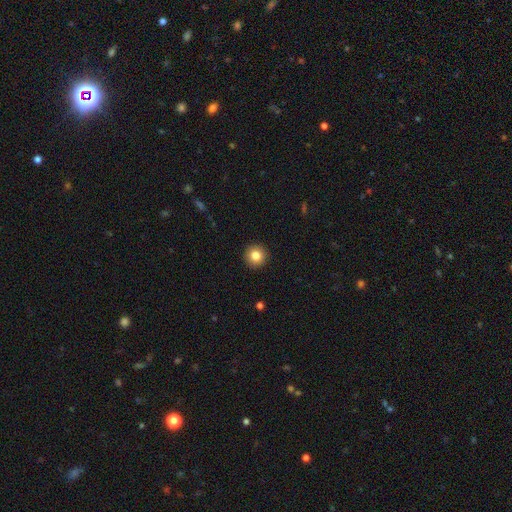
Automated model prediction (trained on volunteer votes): The model was most divided on "smooth or featured": smooth: 84%, star or artifact: 10%, featured or disk: 7%. More confident: how rounded — round (95%); merging — none (93%).